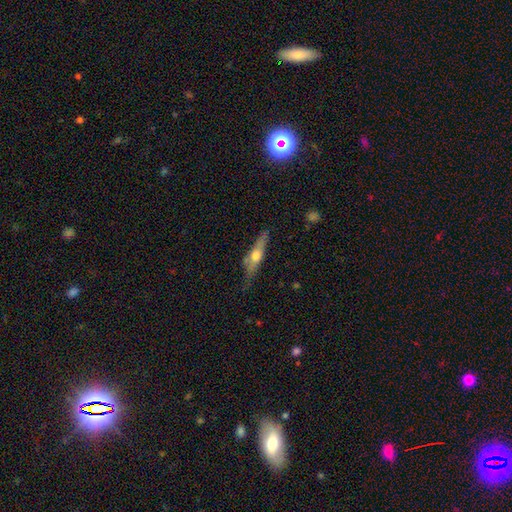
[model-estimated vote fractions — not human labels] A featured or disk galaxy (51%) viewed edge-on (86%). Merging: none (63%).